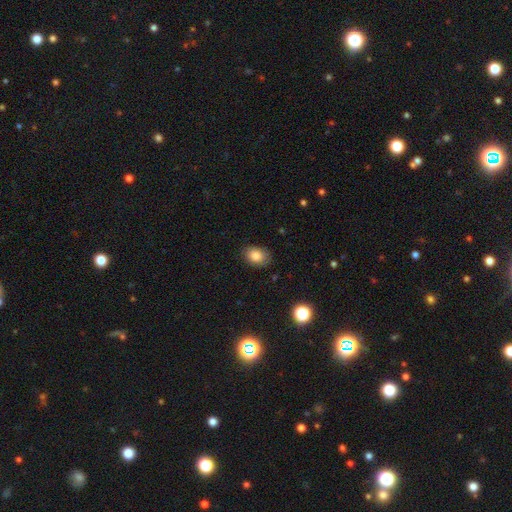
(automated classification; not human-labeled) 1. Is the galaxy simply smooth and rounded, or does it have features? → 83% smooth, 9% star or artifact, 8% featured or disk.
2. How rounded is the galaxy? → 75% in between, 24% round, 1% cigar-shaped.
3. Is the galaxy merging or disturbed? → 81% none, 15% minor disturbance, 3% major disturbance, 1% merger.